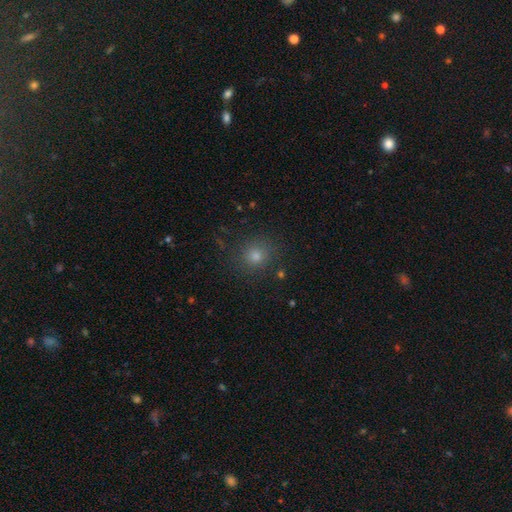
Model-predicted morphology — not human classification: Smooth or featured? Predicted: smooth (p=0.70). How rounded? Predicted: round (p=0.89). Merging? Predicted: none (p=0.85).